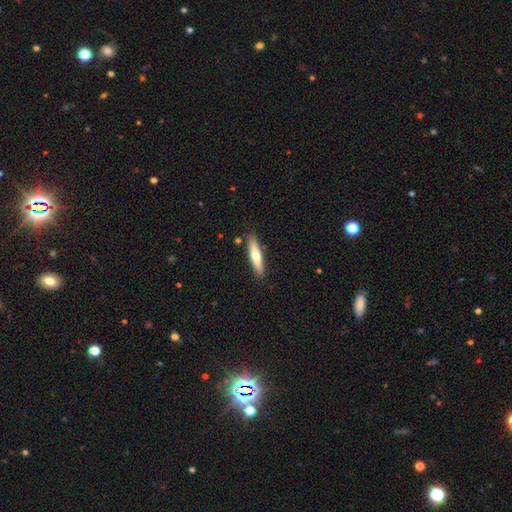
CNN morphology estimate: The model was most divided on "smooth or featured": smooth: 56%, featured or disk: 38%, star or artifact: 5%. More confident: merging — none (87%); how rounded — cigar-shaped (82%).